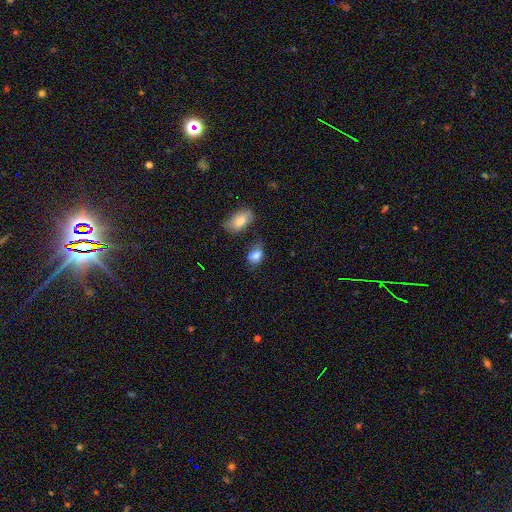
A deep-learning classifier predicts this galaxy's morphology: type=smooth (80%); roundness=in between (82%); merging=none (46%).